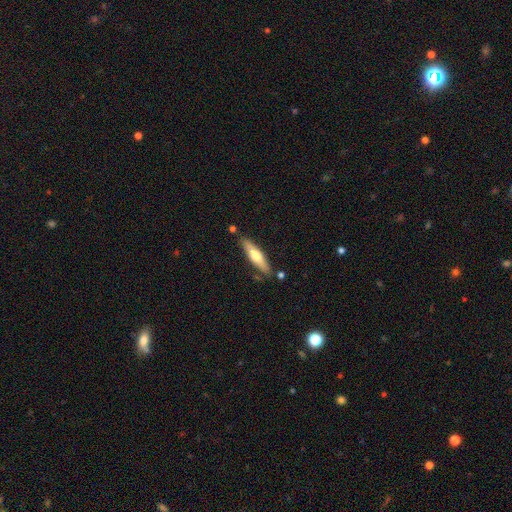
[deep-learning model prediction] Smooth or featured? smooth (49%)
Merging? none (80%)